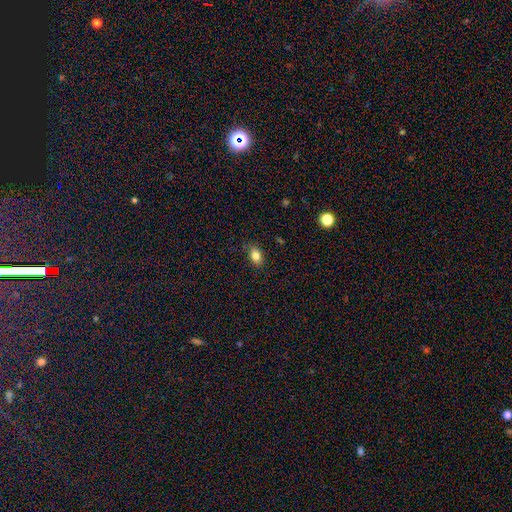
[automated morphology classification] This appears to be a smooth galaxy with no disk features (82%) that is in between round and cigar-shaped (81%). Merging: none (83%).